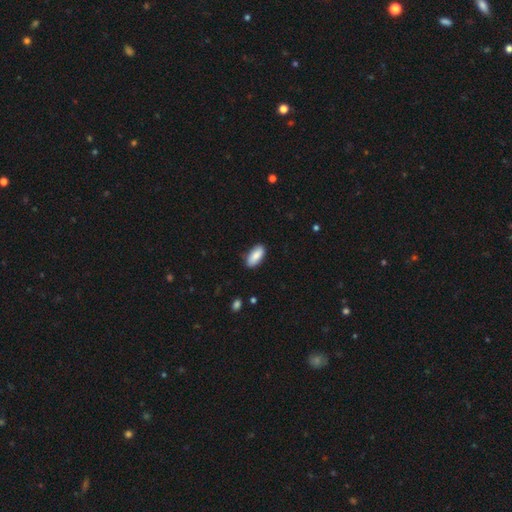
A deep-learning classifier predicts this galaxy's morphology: Smooth or featured: smooth — 88% (featured or disk — 6%)
How rounded: in between — 87% (cigar-shaped — 11%)
Merging: none — 85% (minor disturbance — 11%)